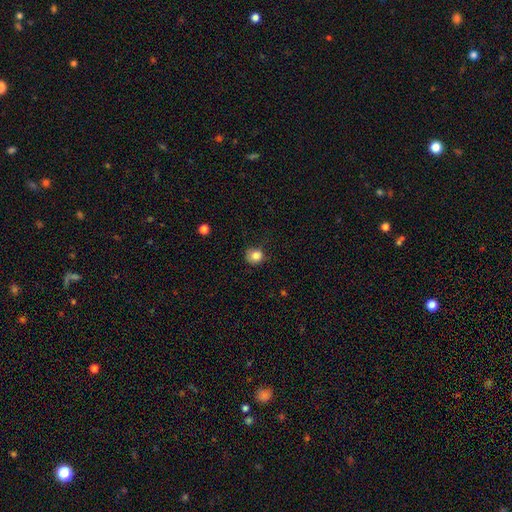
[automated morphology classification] This appears to be a smooth galaxy with no disk features (82%) that is round (81%). Merging: none (66%).